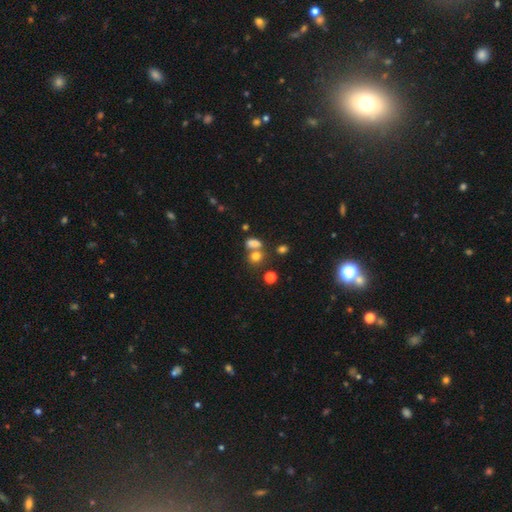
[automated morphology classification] type=smooth (73%); roundness=round (57%); merging=none (47%).